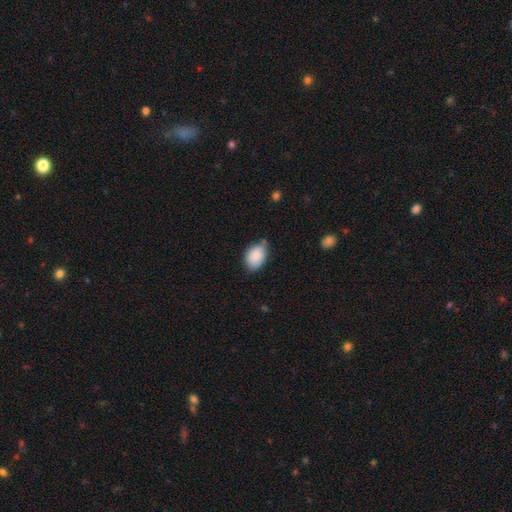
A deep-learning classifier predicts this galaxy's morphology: Smooth or featured? Predicted: smooth (p=0.85). How rounded? Predicted: in between (p=0.85). Merging? Predicted: none (p=0.66).